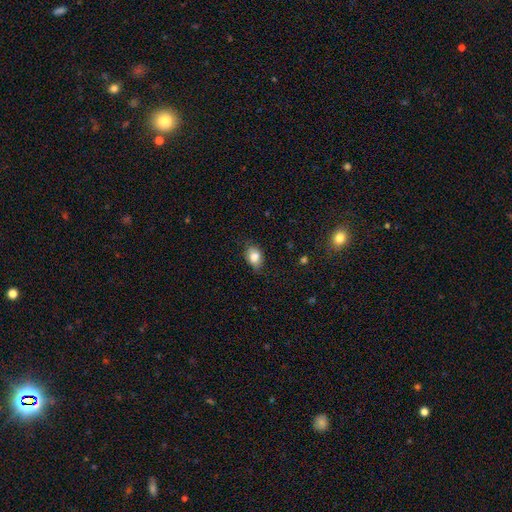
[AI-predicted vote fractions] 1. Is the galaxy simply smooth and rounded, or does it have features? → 83% smooth, 8% featured or disk, 8% star or artifact.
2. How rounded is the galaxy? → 80% in between, 18% round, 1% cigar-shaped.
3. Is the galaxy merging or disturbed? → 72% none, 22% minor disturbance, 4% major disturbance, 1% merger.